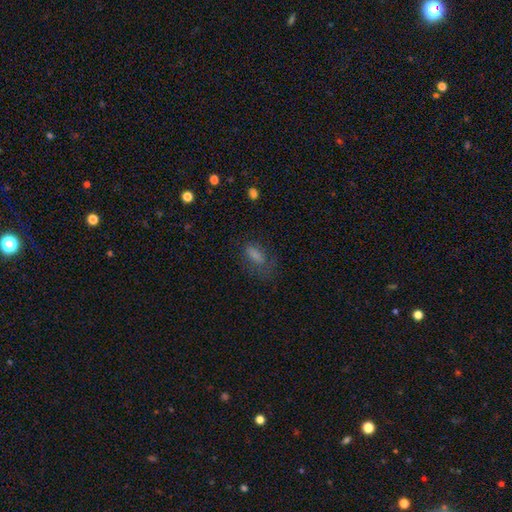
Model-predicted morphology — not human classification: smooth-or-featured: smooth: 69% | featured or disk: 17% | star or artifact: 14%
  how-rounded: in between: 81% | cigar-shaped: 12% | round: 7%
  merging: none: 49% | minor disturbance: 25% | major disturbance: 24% | merger: 2%